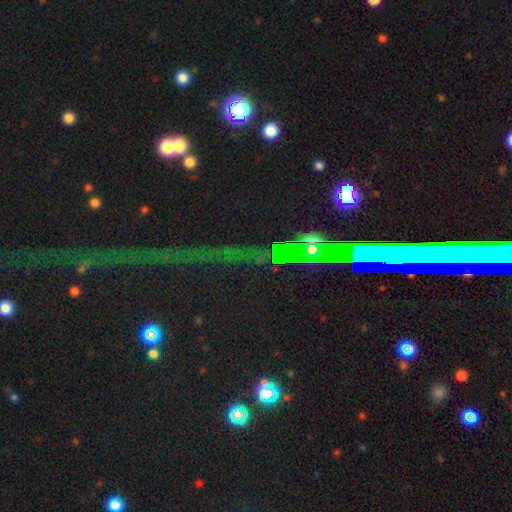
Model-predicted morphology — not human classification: type=star or artifact (63%).